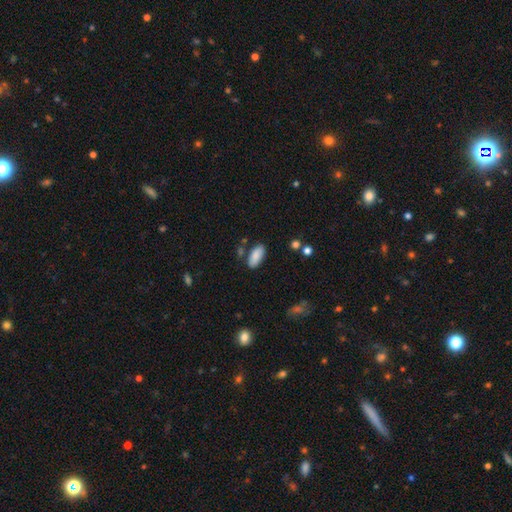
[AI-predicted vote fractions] This appears to be a smooth galaxy with no disk features (87%) that is in between round and cigar-shaped (89%). Merging: none (79%).